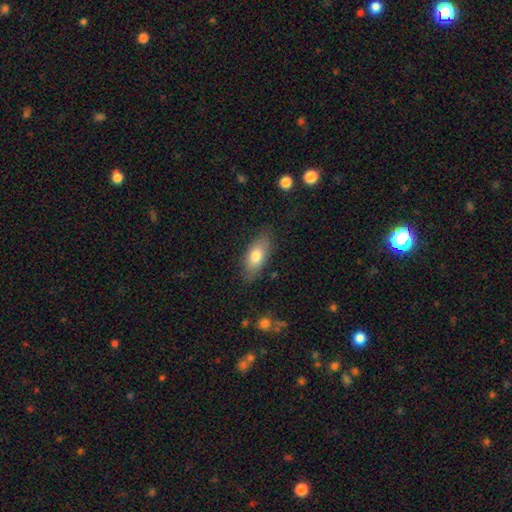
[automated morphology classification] Overall: smooth (76%). How rounded: in between (85%). Merging: none (80%).